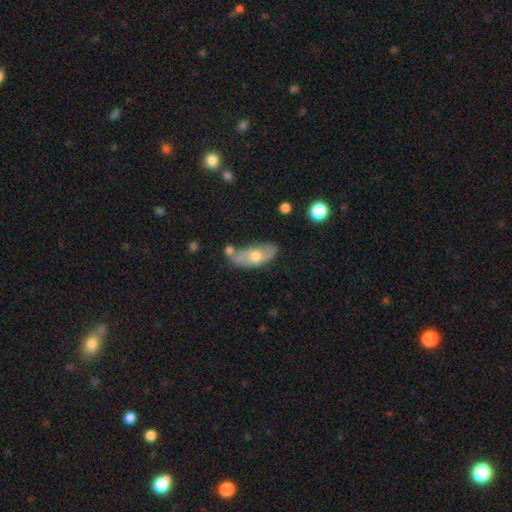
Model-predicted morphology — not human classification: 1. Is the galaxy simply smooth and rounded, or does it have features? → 54% smooth, 40% featured or disk, 7% star or artifact.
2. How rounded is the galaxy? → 85% in between, 11% cigar-shaped, 4% round.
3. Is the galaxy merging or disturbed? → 59% none, 22% minor disturbance, 13% merger, 6% major disturbance.